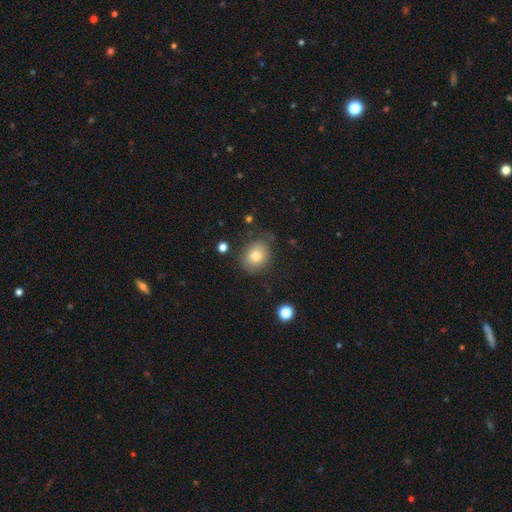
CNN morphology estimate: Smooth or featured?
  - smooth: 79% *
  - featured or disk: 11%
  - star or artifact: 9%
How rounded?
  - round: 61% *
  - in between: 38%
  - cigar-shaped: 1%
Merging?
  - none: 71% *
  - minor disturbance: 20%
  - major disturbance: 6%
  - merger: 2%